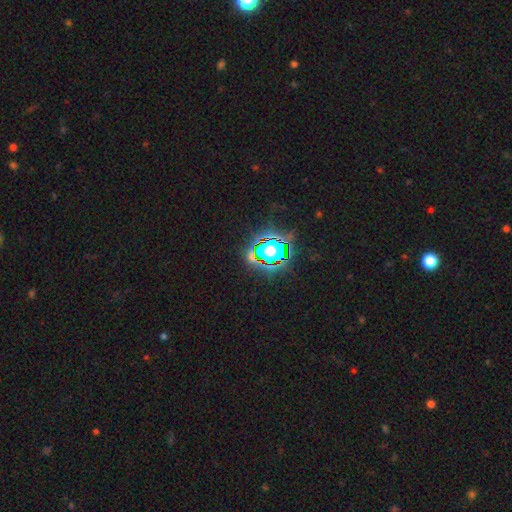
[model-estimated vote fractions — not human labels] Q: Smooth or featured?
A: star or artifact (74%); runner-up: smooth (16%)